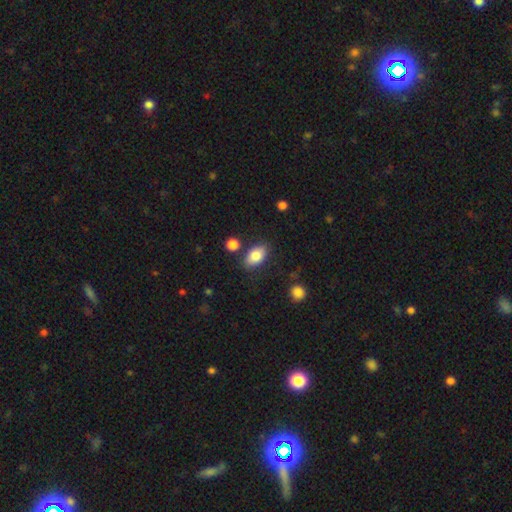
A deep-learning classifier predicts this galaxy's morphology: This is clearly a smooth galaxy (82%). How rounded: clearly in between (89%). Merging: clearly none (80%).